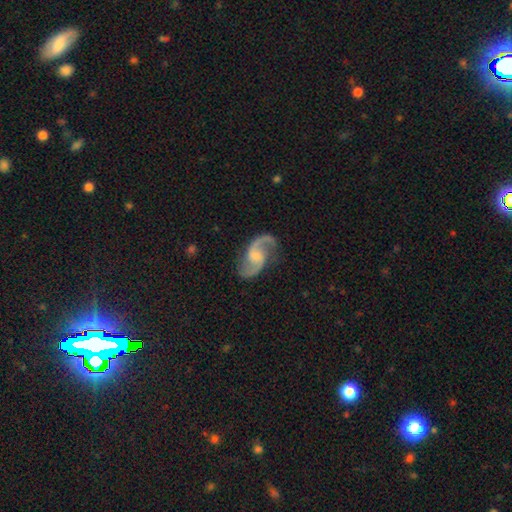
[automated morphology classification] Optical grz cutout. It shows a featured or disk galaxy (91%) with a weak bar (48%), 2 (94%) loose (49%) spiral arms (98%) and a small central bulge (39%). Merging: none (81%).